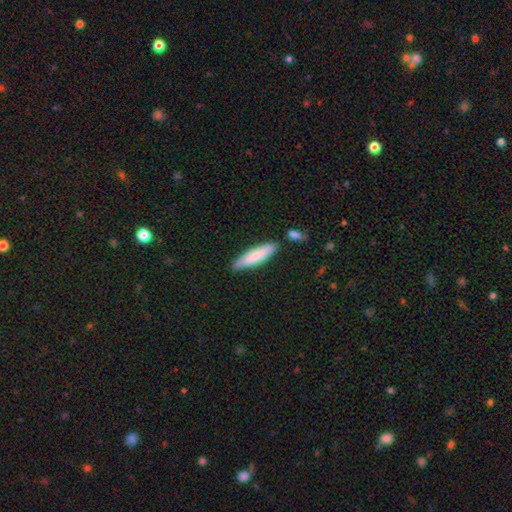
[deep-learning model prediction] Overall: smooth (80%). How rounded: cigar-shaped (77%). Merging: none (80%).